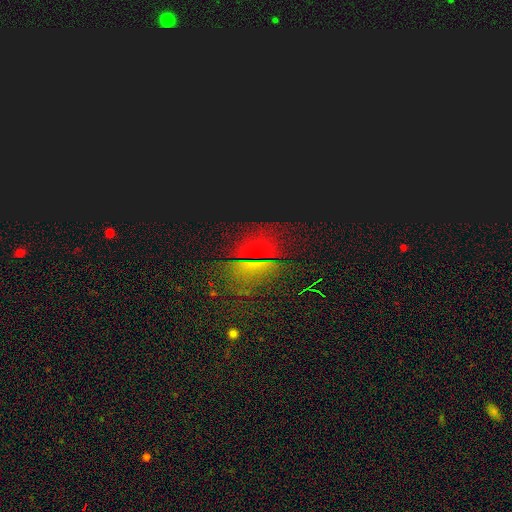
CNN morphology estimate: This appears to be a star or artifact, not a galaxy (62%).